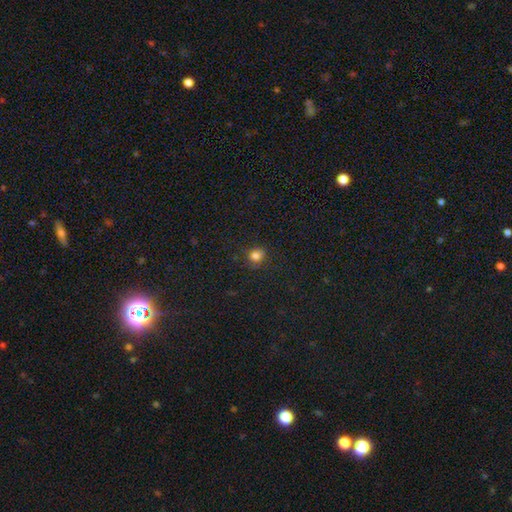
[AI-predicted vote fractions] The model was most divided on "smooth or featured": smooth: 79%, star or artifact: 15%, featured or disk: 5%. More confident: how rounded — round (83%); merging — none (81%).